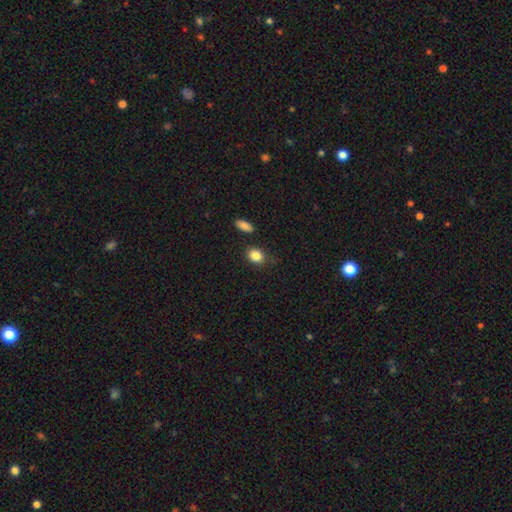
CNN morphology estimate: smooth_or_featured: smooth (p=0.85) [alt: star or artifact p=0.09]
how_rounded: round (p=0.52) [alt: in between p=0.46]
merging: none (p=0.75) [alt: minor disturbance p=0.16]